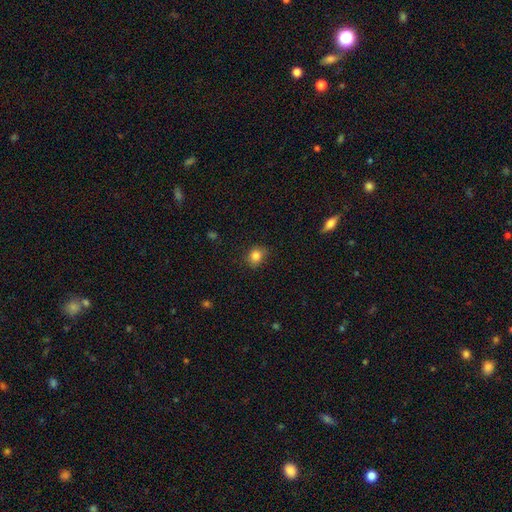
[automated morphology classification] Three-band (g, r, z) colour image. It shows a smooth galaxy with no disk features (83%) that is round (58%). Merging: none (75%).